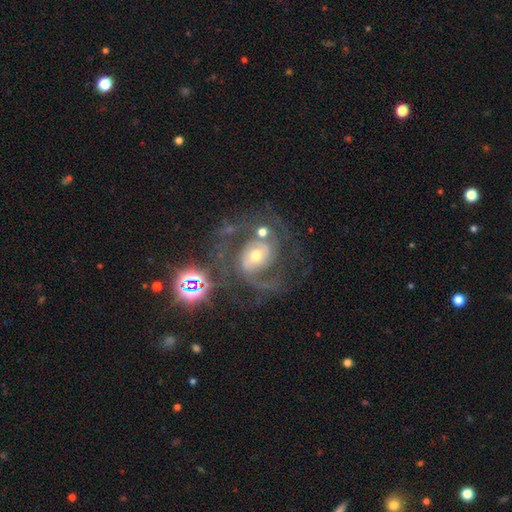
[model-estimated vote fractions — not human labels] A featured or disk galaxy (82%) with no bar (56%), 2 (68%) medium (52%) spiral arms (94%) and a moderate central bulge (61%).

Vote fractions:
- Smooth or featured? featured or disk: 82% / star or artifact: 11% / smooth: 7%
- Edge-on disk? no: 98% / yes: 2%
- Bar? no: 56% / weak: 32% / strong: 13%
- Spiral arms? yes: 94% / no: 6%
- Spiral winding? medium: 52% / tight: 30% / loose: 19%
- Spiral arm count? 2: 68% / can't tell: 12% / 3: 9% / 1: 5% / 4: 3% / more than 4: 3%
- Bulge size? moderate: 61% / small: 30% / large: 6% / none: 1% / dominant: 1%
- Merging? none: 53% / major disturbance: 22% / minor disturbance: 16% / merger: 8%